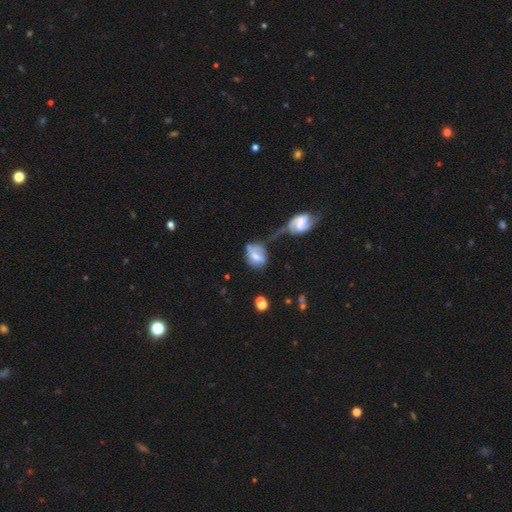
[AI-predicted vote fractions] Smooth or featured: featured or disk — 50% (smooth — 41%)
Merging: merger — 33% (none — 27%)